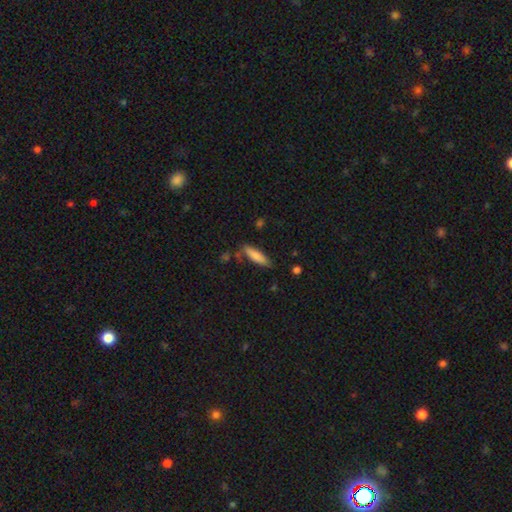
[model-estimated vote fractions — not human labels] Morphology: type=smooth (80%); roundness=cigar-shaped (67%); merging=none (72%).